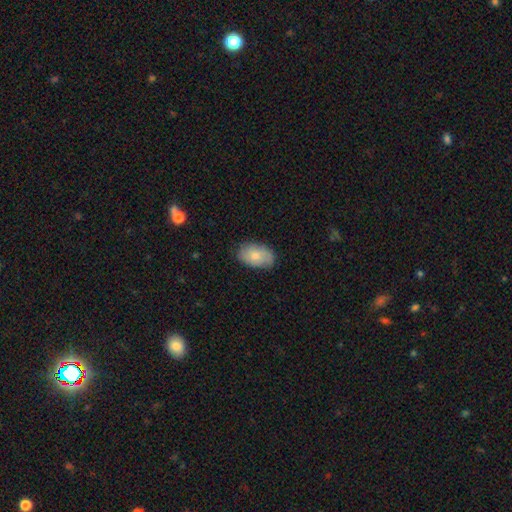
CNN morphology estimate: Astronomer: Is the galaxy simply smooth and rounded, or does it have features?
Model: smooth — 72%.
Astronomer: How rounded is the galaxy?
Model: in between — 92%.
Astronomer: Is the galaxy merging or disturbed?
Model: none — 80%.